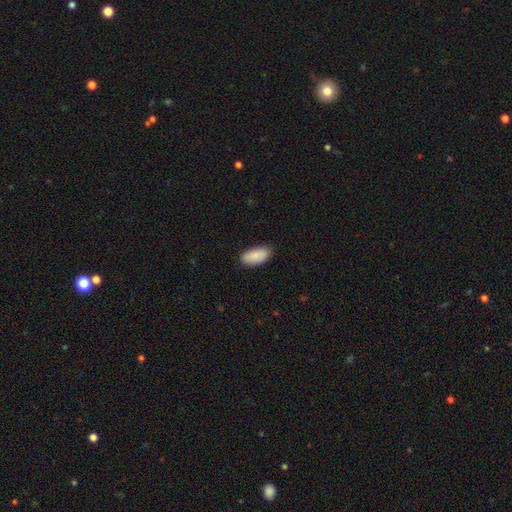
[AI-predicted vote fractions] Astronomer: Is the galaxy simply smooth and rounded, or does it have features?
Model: smooth — 88%.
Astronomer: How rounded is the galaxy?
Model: in between — 92%.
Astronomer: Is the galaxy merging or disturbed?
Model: none — 85%.